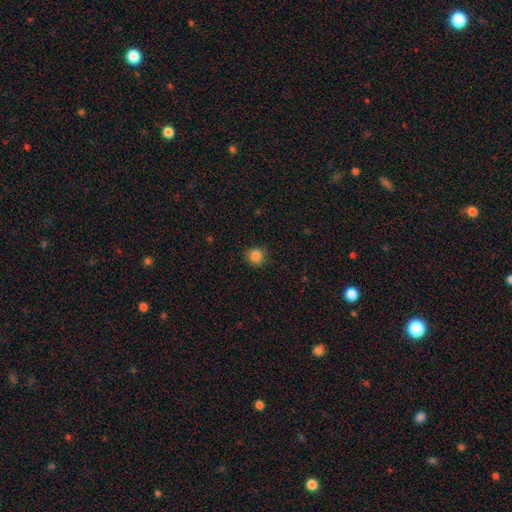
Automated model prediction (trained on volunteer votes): A smooth galaxy with no disk features (86%) that is round (89%).

Vote fractions:
- Smooth or featured? smooth: 86% / star or artifact: 11% / featured or disk: 4%
- How rounded? round: 89% / in between: 10% / cigar-shaped: 1%
- Merging? none: 84% / minor disturbance: 12% / major disturbance: 3% / merger: 1%